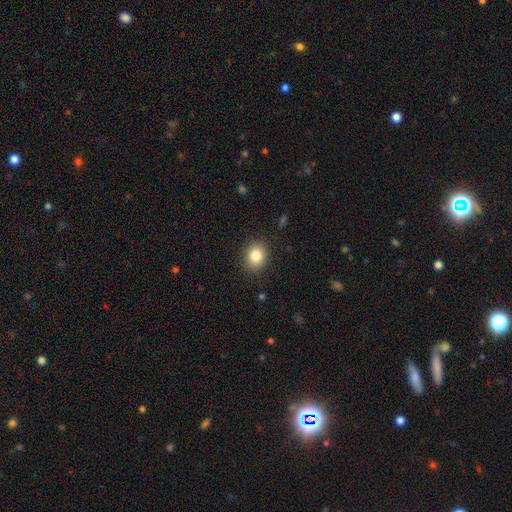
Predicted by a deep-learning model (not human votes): Smooth or featured: smooth — 83% (star or artifact — 10%)
How rounded: round — 62% (in between — 37%)
Merging: none — 89% (minor disturbance — 8%)